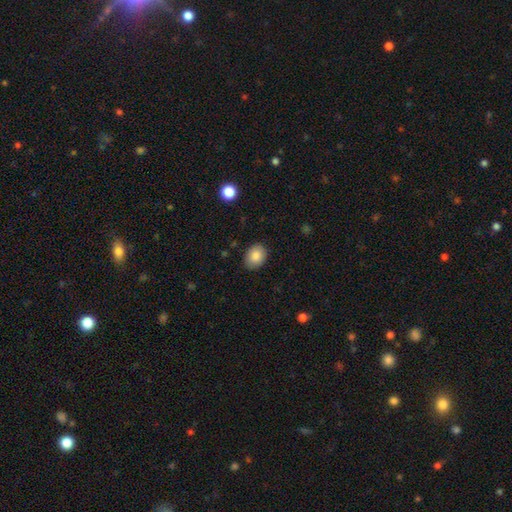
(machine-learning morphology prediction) smooth-or-featured: smooth: 87% | star or artifact: 7% | featured or disk: 6%
  how-rounded: in between: 66% | round: 33% | cigar-shaped: 1%
  merging: none: 85% | minor disturbance: 11% | major disturbance: 2% | merger: 1%